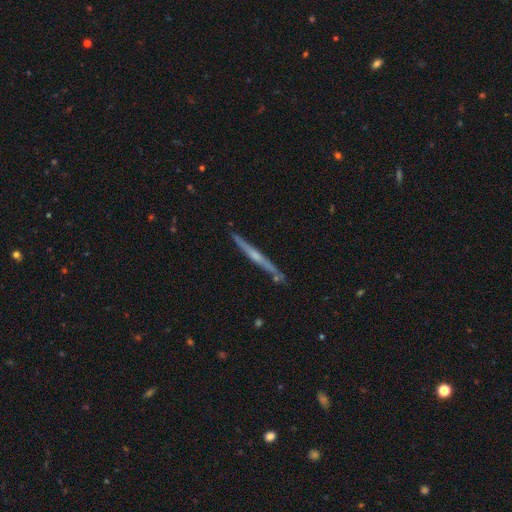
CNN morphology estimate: This appears to be a featured or disk galaxy (72%) viewed edge-on (98%) with a rounded central bulge (55%). Merging: none (86%).